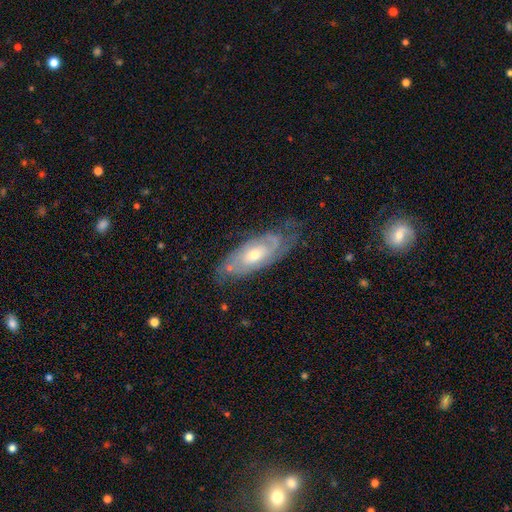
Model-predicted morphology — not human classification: This appears to be a featured or disk galaxy (79%) with no bar (70%), tight (66%) spiral arms (89%) and a moderate central bulge (59%). Merging: none (71%).